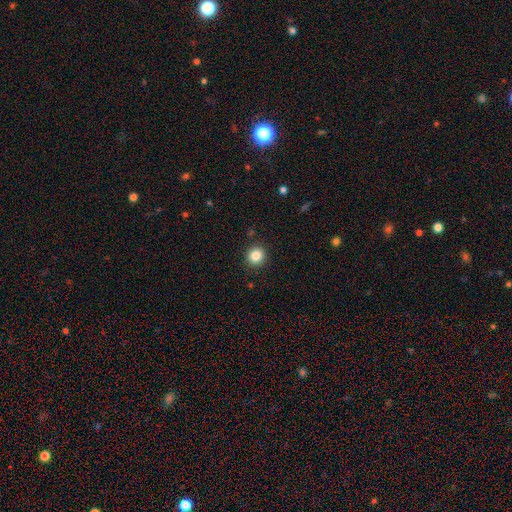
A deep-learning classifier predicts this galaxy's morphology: type=smooth (85%); roundness=round (90%); merging=none (91%).